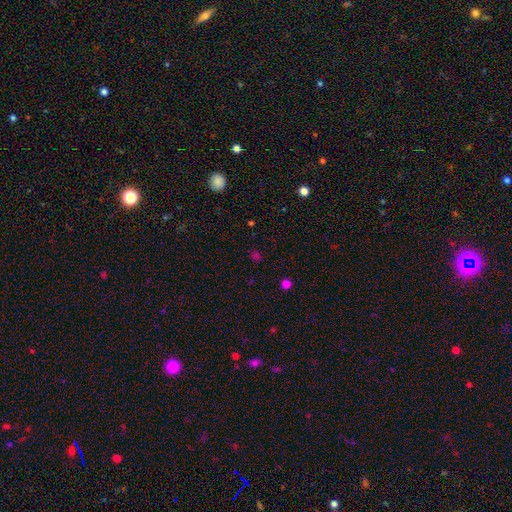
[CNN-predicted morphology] The model was most divided on "smooth or featured": smooth: 55%, star or artifact: 40%, featured or disk: 5%. More confident: merging — none (84%); how rounded — round (82%).